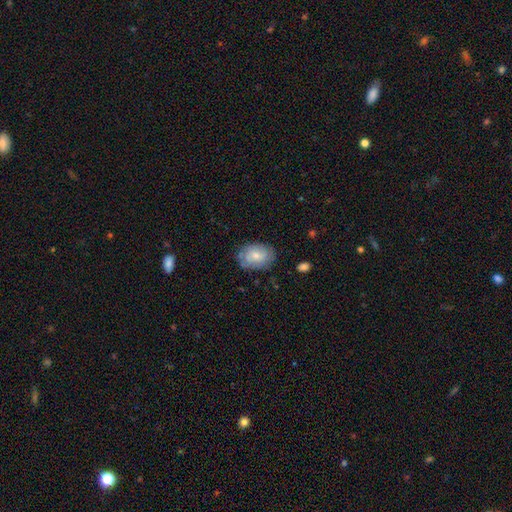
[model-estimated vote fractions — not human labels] smooth-or-featured: smooth: 64% | featured or disk: 29% | star or artifact: 7%
  how-rounded: in between: 76% | round: 23% | cigar-shaped: 1%
  merging: none: 72% | minor disturbance: 21% | major disturbance: 5% | merger: 2%